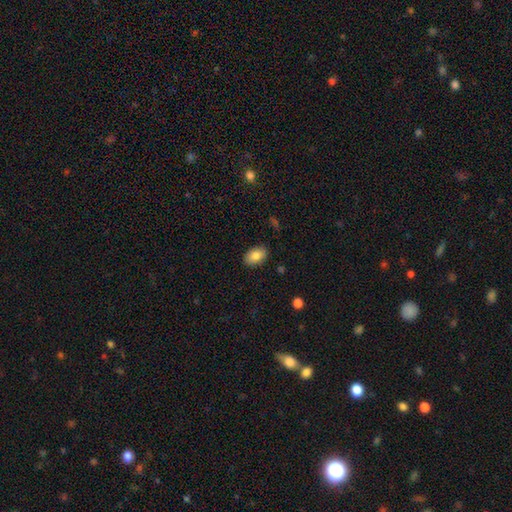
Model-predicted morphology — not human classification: A smooth galaxy with no disk features (83%) that is in between round and cigar-shaped (90%).

Vote fractions:
- Smooth or featured? smooth: 83% / featured or disk: 10% / star or artifact: 7%
- How rounded? in between: 90% / round: 9% / cigar-shaped: 1%
- Merging? none: 87% / minor disturbance: 10% / major disturbance: 2% / merger: 1%